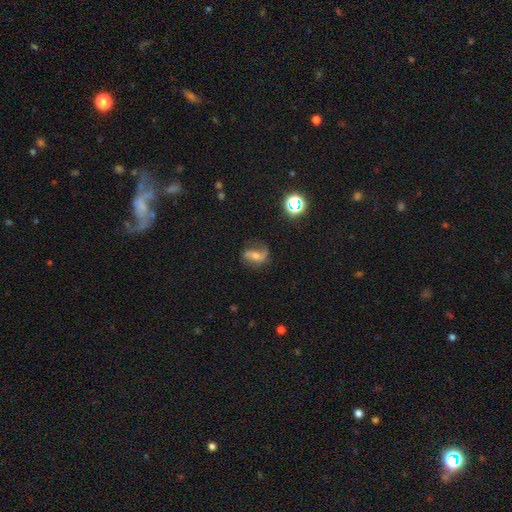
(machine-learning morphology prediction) A featured or disk galaxy (63%) with no bar (40%), 2 (74%) loose (62%) spiral arms (87%) and a moderate central bulge (55%). Merging: none (60%).